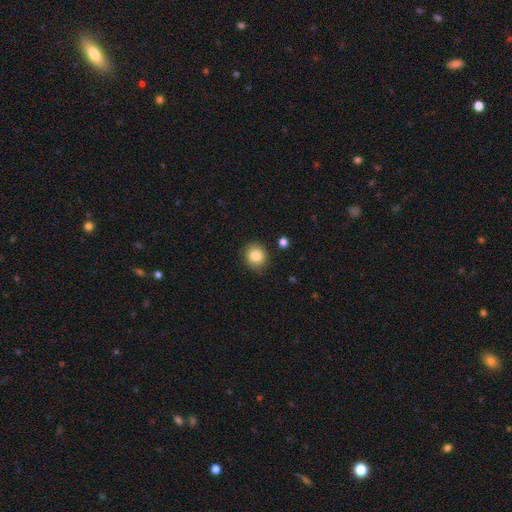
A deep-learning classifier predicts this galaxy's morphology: Q: Smooth or featured?
A: smooth (84%); runner-up: star or artifact (9%)
Q: How rounded?
A: round (83%); runner-up: in between (16%)
Q: Merging?
A: none (86%); runner-up: minor disturbance (10%)